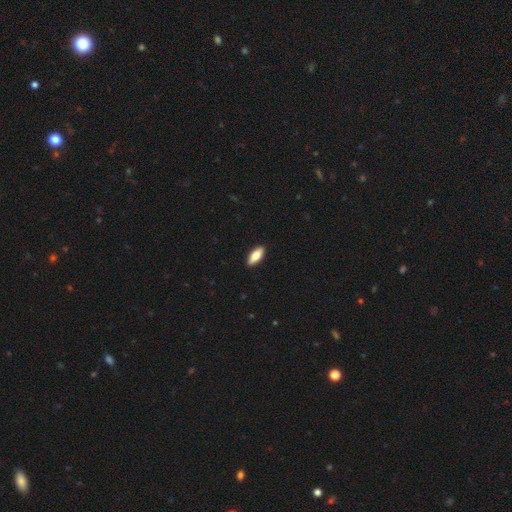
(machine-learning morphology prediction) smooth-or-featured: smooth: 77% | featured or disk: 17% | star or artifact: 6%
  how-rounded: in between: 76% | cigar-shaped: 21% | round: 2%
  merging: none: 91% | minor disturbance: 7% | major disturbance: 1% | merger: 1%